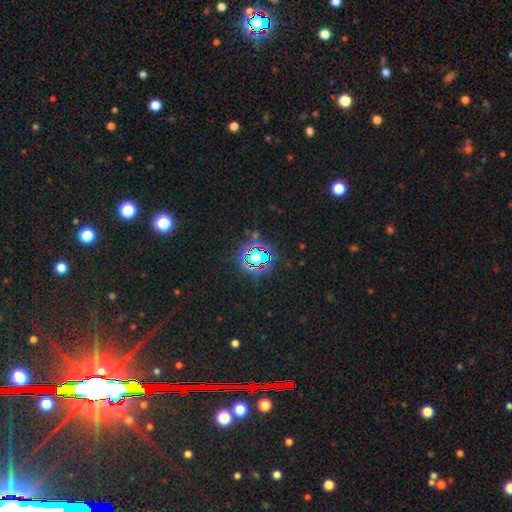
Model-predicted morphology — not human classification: A star or artifact, not a galaxy (78%).